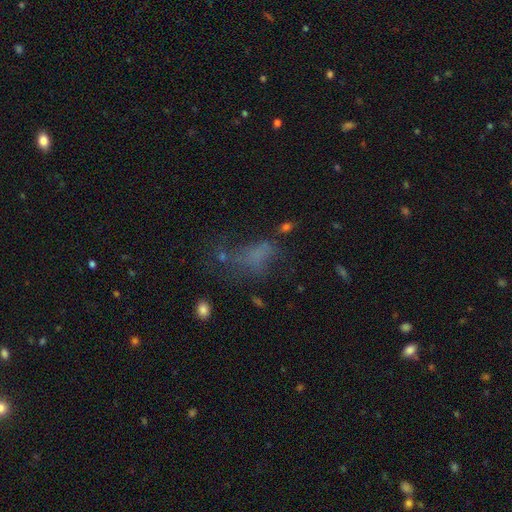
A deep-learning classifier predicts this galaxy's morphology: type=smooth (46%); merging=major disturbance (39%).